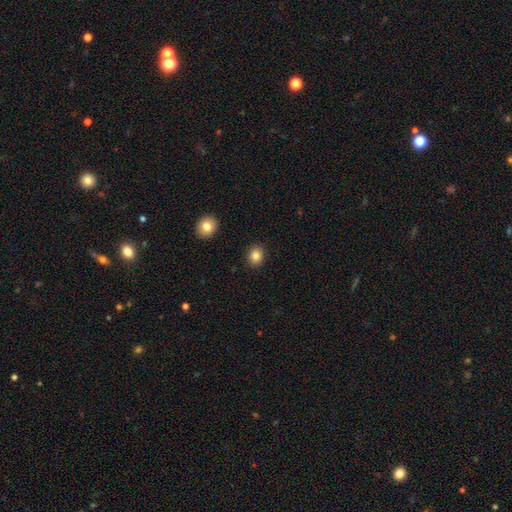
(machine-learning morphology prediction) Smooth or featured?
  - smooth: 84% *
  - star or artifact: 10%
  - featured or disk: 6%
How rounded?
  - round: 60% *
  - in between: 39%
  - cigar-shaped: 1%
Merging?
  - none: 90% *
  - minor disturbance: 7%
  - major disturbance: 2%
  - merger: 1%